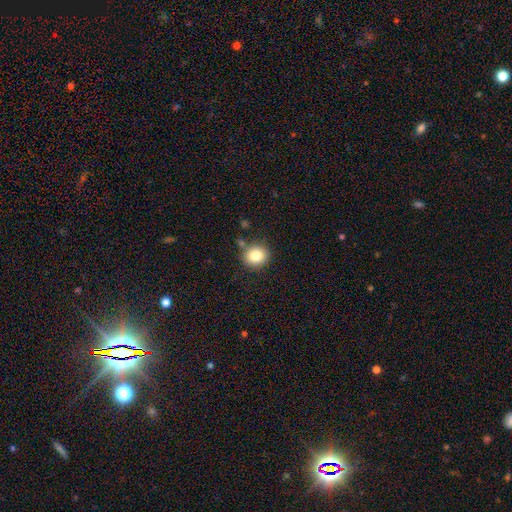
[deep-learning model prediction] Smooth or featured? smooth (83%)
How rounded? round (81%)
Merging? none (82%)